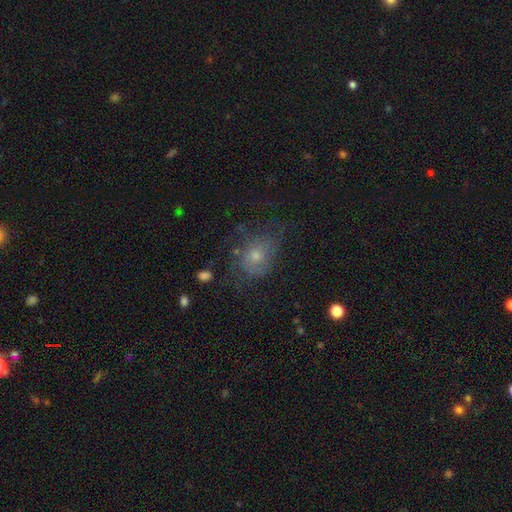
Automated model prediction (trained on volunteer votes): The model was most divided on "smooth or featured": smooth: 45%, featured or disk: 39%, star or artifact: 16%. More confident: merging — none (55%).